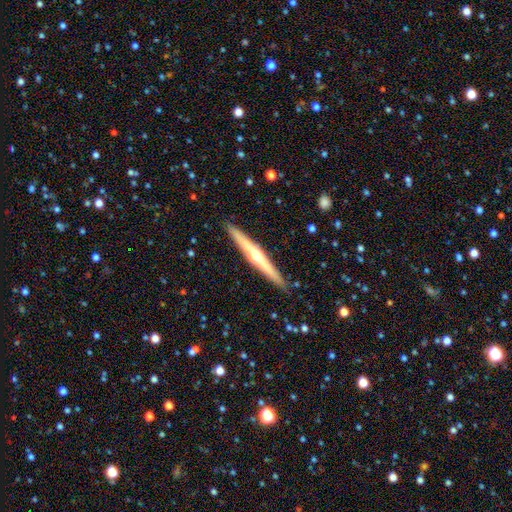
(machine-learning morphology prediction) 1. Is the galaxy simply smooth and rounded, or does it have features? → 71% featured or disk, 24% smooth, 6% star or artifact.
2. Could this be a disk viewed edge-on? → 97% yes, 3% no.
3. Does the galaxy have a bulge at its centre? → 89% rounded, 8% none, 3% boxy.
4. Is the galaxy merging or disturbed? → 91% none, 7% minor disturbance, 1% major disturbance, 1% merger.